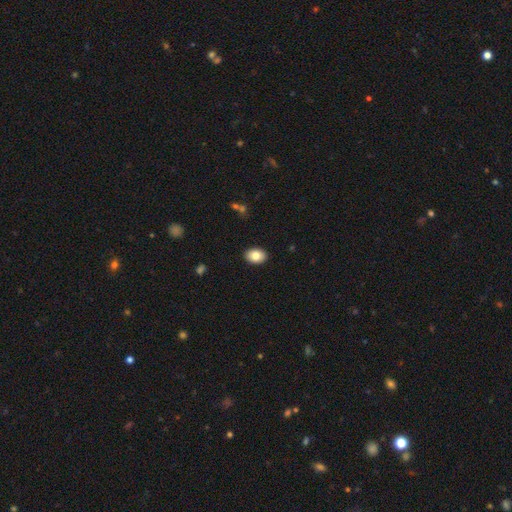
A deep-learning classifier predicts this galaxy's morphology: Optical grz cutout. It shows a smooth galaxy with no disk features (82%) that is in between round and cigar-shaped (79%). Merging: none (90%).